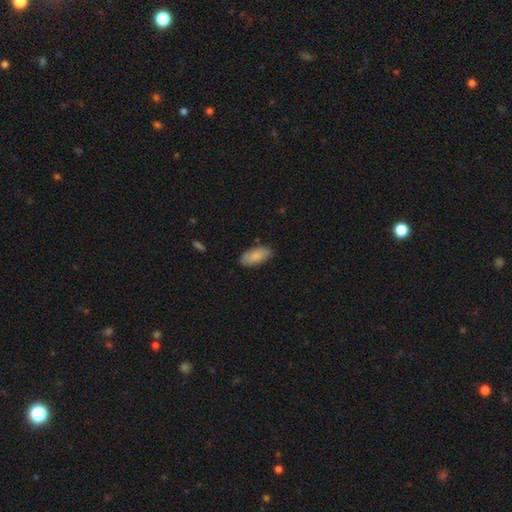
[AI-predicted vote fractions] This appears to be a smooth galaxy with no disk features (84%) that is in between round and cigar-shaped (91%). Merging: none (84%).